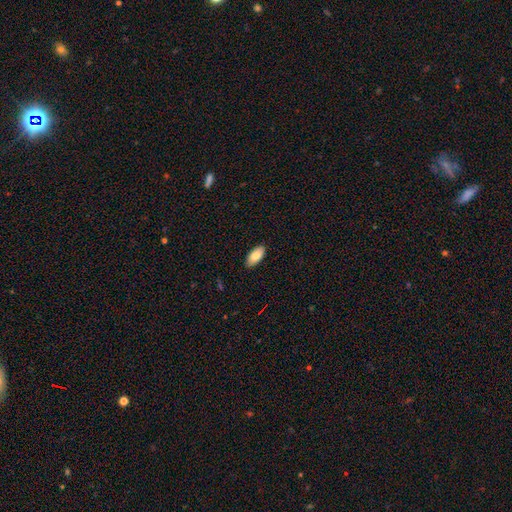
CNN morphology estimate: Q: Smooth or featured?
A: smooth (84%); runner-up: featured or disk (10%)
Q: How rounded?
A: in between (92%); runner-up: cigar-shaped (6%)
Q: Merging?
A: none (88%); runner-up: minor disturbance (9%)